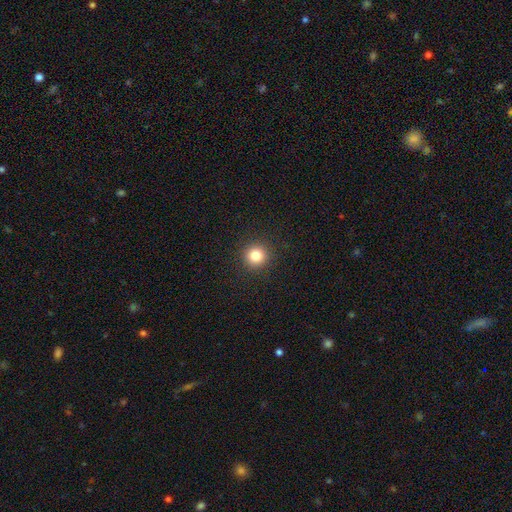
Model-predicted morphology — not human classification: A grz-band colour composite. It shows a smooth galaxy with no disk features (82%) that is round (95%). Merging: none (92%).